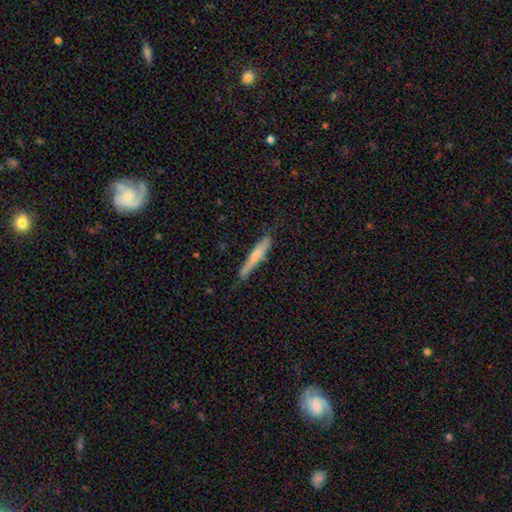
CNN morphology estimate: Smooth or featured?
  - smooth: 62% *
  - featured or disk: 32%
  - star or artifact: 6%
How rounded?
  - cigar-shaped: 93% *
  - in between: 5%
  - round: 1%
Merging?
  - none: 74% *
  - minor disturbance: 21%
  - major disturbance: 4%
  - merger: 2%